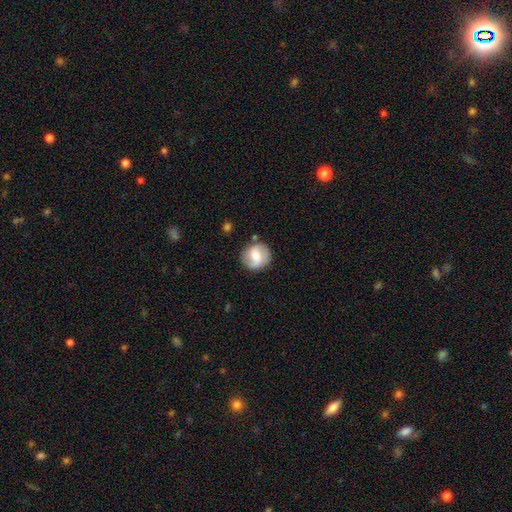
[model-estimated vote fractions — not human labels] Smooth or featured?
  - smooth: 47% *
  - featured or disk: 46%
  - star or artifact: 7%
Merging?
  - none: 81% *
  - minor disturbance: 13%
  - major disturbance: 4%
  - merger: 3%